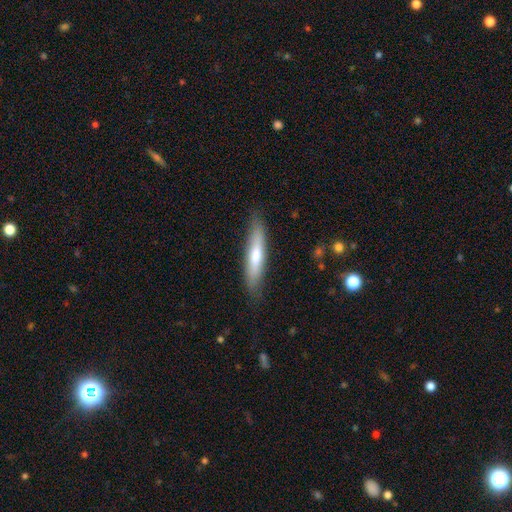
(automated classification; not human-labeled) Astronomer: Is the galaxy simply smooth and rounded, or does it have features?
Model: smooth — 63%.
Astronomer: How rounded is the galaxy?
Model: cigar-shaped — 87%.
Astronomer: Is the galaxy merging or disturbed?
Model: none — 85%.